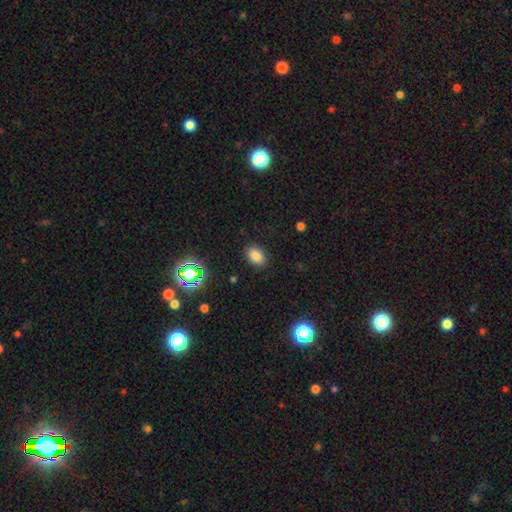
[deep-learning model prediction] smooth 81%, star or artifact 14%, featured or disk 5%. Down the decision tree: how rounded — in between (77%); merging — none (88%).